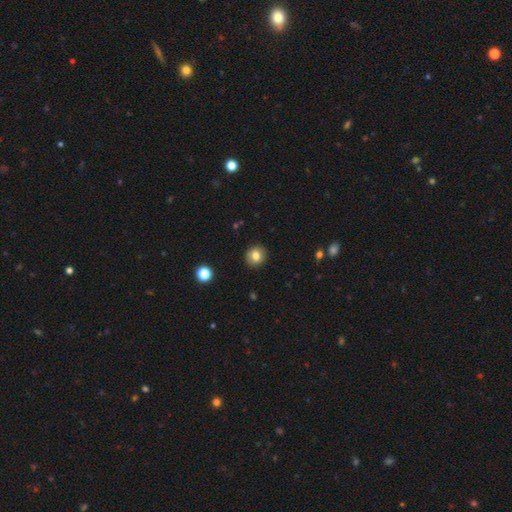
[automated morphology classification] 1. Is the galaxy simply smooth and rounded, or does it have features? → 80% smooth, 10% featured or disk, 10% star or artifact.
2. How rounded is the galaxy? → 86% round, 13% in between, 1% cigar-shaped.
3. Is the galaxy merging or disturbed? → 91% none, 6% minor disturbance, 2% major disturbance, 1% merger.